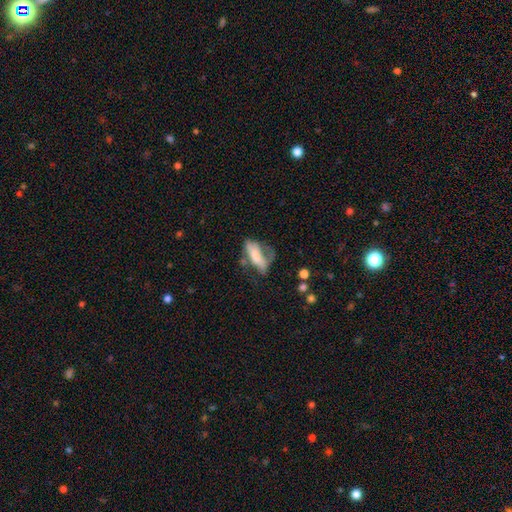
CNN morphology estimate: A smooth galaxy with no disk features (55%) that is in between round and cigar-shaped (71%).

Vote fractions:
- Smooth or featured? smooth: 55% / featured or disk: 37% / star or artifact: 8%
- How rounded? in between: 71% / cigar-shaped: 26% / round: 4%
- Merging? major disturbance: 38% / none: 27% / minor disturbance: 26% / merger: 9%